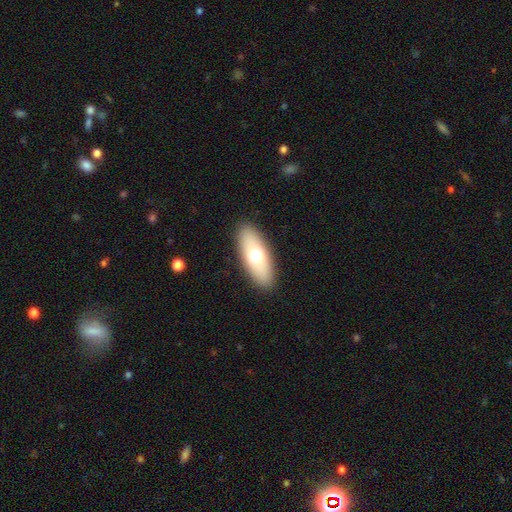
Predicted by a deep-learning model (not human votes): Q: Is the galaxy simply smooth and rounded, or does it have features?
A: smooth — 65%.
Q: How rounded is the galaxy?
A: in between — 74%.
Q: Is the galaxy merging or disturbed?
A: none — 90%.